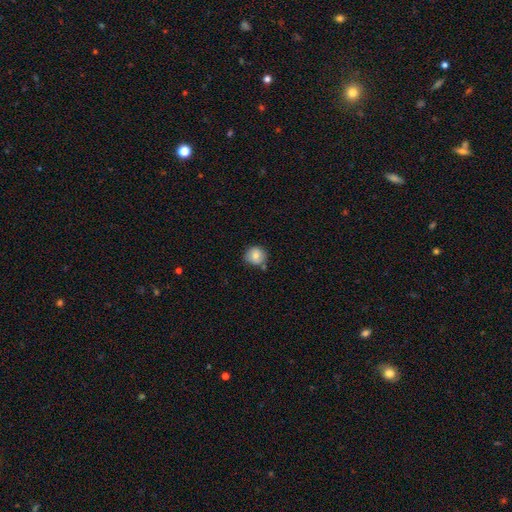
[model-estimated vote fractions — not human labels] Overall: smooth (79%). How rounded: round (88%). Merging: none (70%).